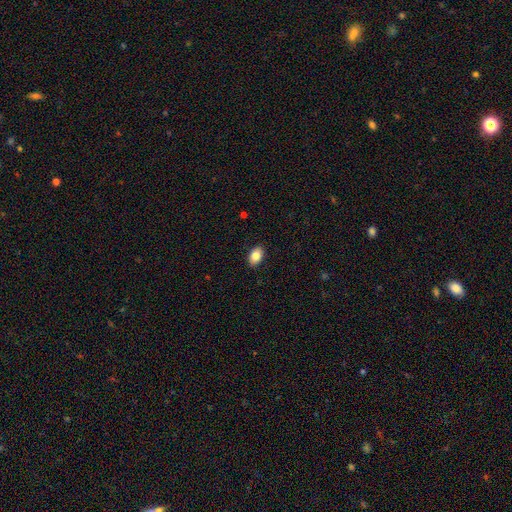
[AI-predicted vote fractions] A smooth galaxy with no disk features (85%) that is in between round and cigar-shaped (89%).

Vote fractions:
- Smooth or featured? smooth: 85% / star or artifact: 7% / featured or disk: 7%
- How rounded? in between: 89% / round: 10% / cigar-shaped: 1%
- Merging? none: 89% / minor disturbance: 8% / major disturbance: 2% / merger: 1%